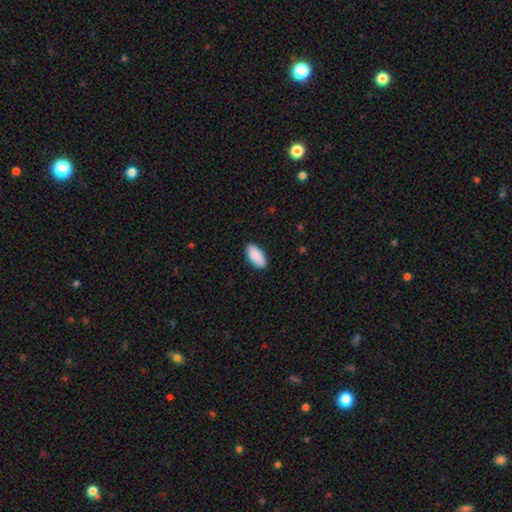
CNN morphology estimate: Smooth or featured? smooth (88%)
How rounded? in between (92%)
Merging? none (88%)